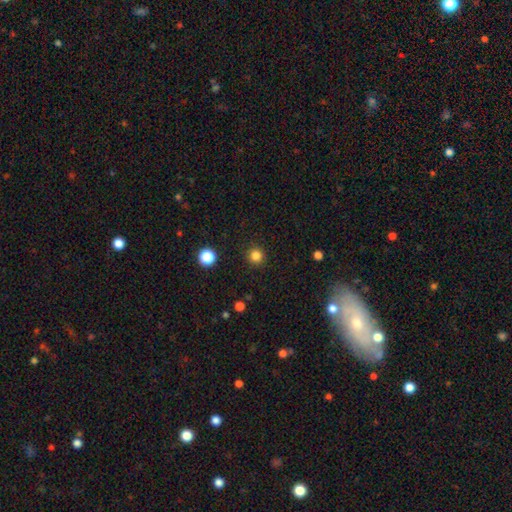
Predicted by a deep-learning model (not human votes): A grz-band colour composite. It shows a smooth galaxy with no disk features (83%) that is round (95%). Merging: none (92%).